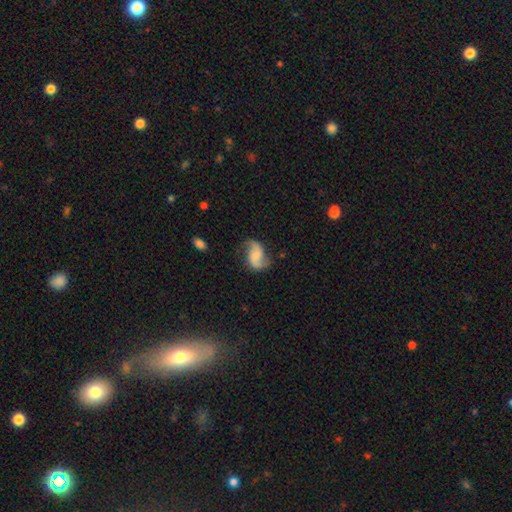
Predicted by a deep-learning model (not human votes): smooth-or-featured: featured or disk: 78% | smooth: 16% | star or artifact: 6%
  disk-edge-on: no: 98% | yes: 2%
    bar: no: 52% | weak: 38% | strong: 10%
    has-spiral-arms: yes: 95% | no: 5%
      spiral-winding: loose: 63% | medium: 30% | tight: 7%
      spiral-arm-count: 2: 91% | 1: 3% | can't tell: 3% | 3: 1% | 4: 1% | more than 4: 1%
    bulge-size: small: 44% | moderate: 28% | none: 22% | large: 4% | dominant: 1%
  merging: none: 70% | minor disturbance: 20% | major disturbance: 8% | merger: 2%